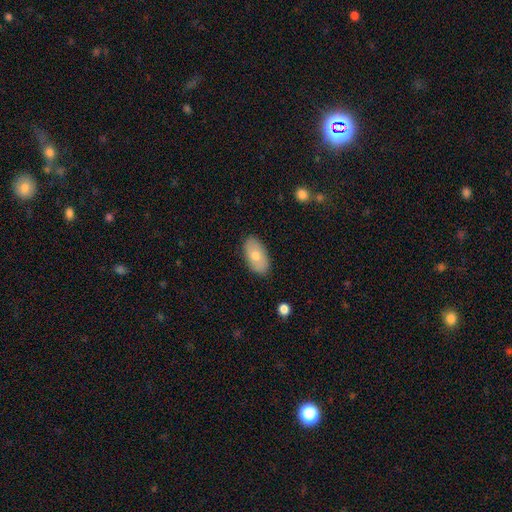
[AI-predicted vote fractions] smooth-or-featured: smooth: 69% | featured or disk: 24% | star or artifact: 7%
  how-rounded: in between: 93% | round: 4% | cigar-shaped: 2%
  merging: none: 86% | minor disturbance: 11% | major disturbance: 2% | merger: 1%